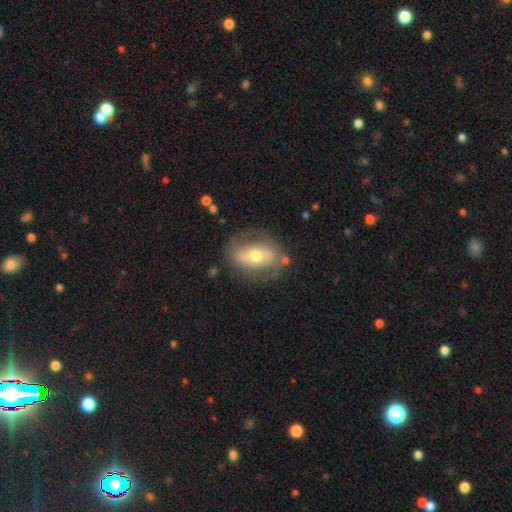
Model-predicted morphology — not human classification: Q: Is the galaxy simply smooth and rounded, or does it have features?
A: featured or disk — 56%.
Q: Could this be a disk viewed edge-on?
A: no — 90%.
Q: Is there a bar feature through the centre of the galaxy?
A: strong — 36%.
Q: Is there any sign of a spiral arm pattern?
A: no — 54%.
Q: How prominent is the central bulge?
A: moderate — 70%.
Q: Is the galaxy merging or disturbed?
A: none — 74%.